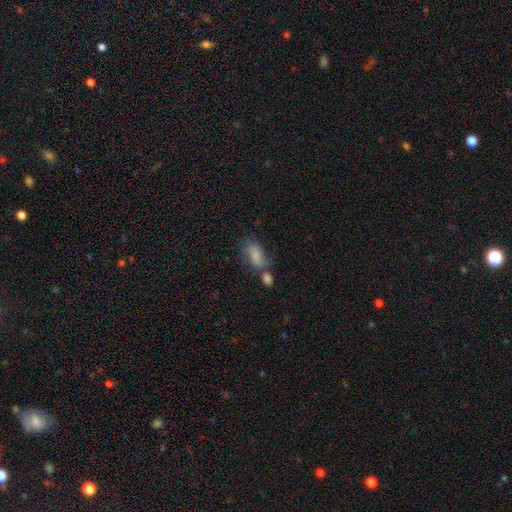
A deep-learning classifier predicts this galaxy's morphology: The model was most divided on "merging" (2-way tie): merger: 34%, none: 34%, minor disturbance: 19%, major disturbance: 13%. More confident: how rounded — in between (88%); smooth or featured — smooth (68%).